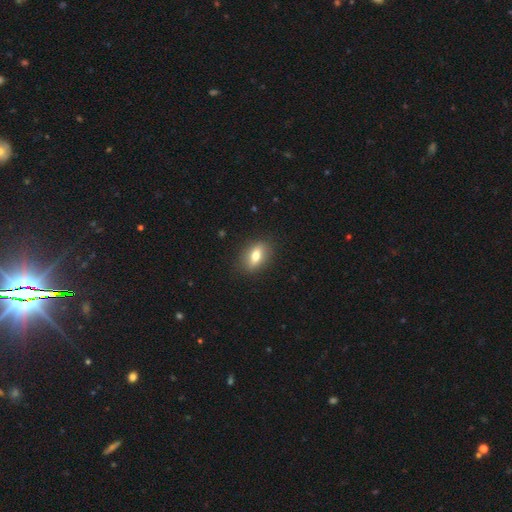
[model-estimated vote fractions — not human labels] Q: Smooth or featured?
A: smooth (67%); runner-up: featured or disk (25%)
Q: How rounded?
A: in between (76%); runner-up: round (15%)
Q: Merging?
A: none (86%); runner-up: minor disturbance (10%)